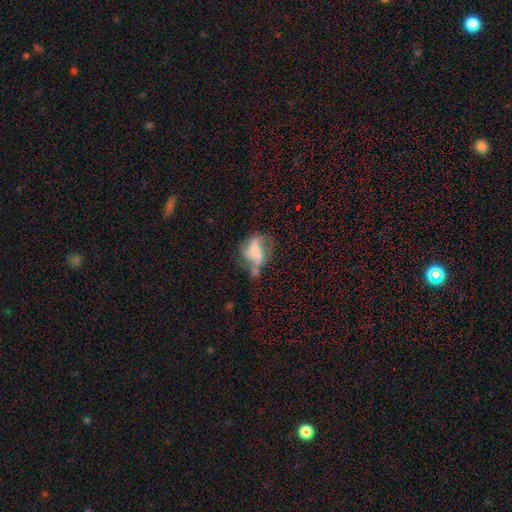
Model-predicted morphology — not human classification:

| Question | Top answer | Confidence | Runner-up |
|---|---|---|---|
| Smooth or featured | featured or disk | 51% | smooth (37%) |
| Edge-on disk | no | 96% | yes (4%) |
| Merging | major disturbance | 36% | none (26%) |